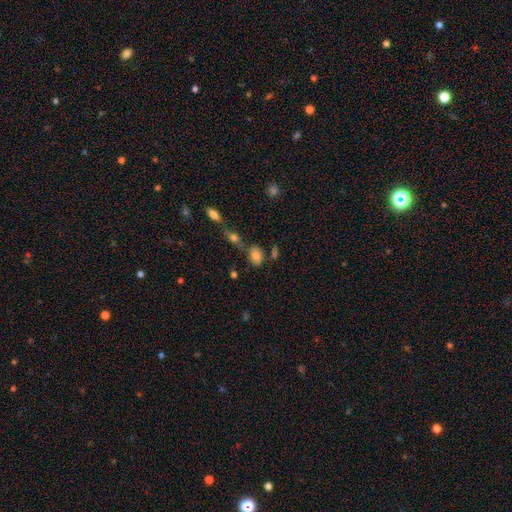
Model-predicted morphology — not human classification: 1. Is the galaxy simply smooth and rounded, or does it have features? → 81% smooth, 10% featured or disk, 10% star or artifact.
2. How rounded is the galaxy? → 76% in between, 22% round, 2% cigar-shaped.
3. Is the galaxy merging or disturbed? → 57% none, 19% minor disturbance, 17% merger, 7% major disturbance.